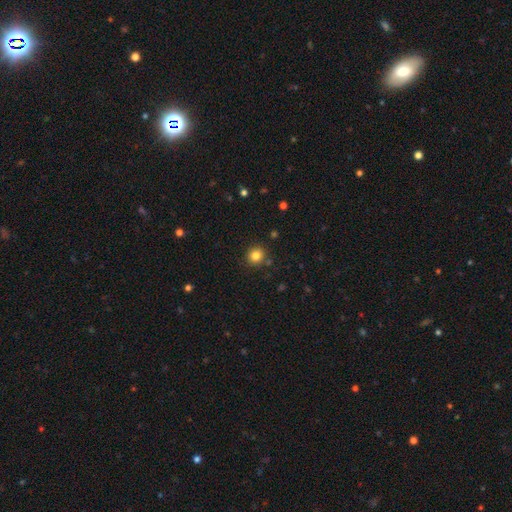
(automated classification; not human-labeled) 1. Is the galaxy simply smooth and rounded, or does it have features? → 82% smooth, 12% star or artifact, 5% featured or disk.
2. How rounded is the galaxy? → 89% round, 10% in between, 1% cigar-shaped.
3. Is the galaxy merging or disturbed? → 87% none, 8% minor disturbance, 3% merger, 2% major disturbance.